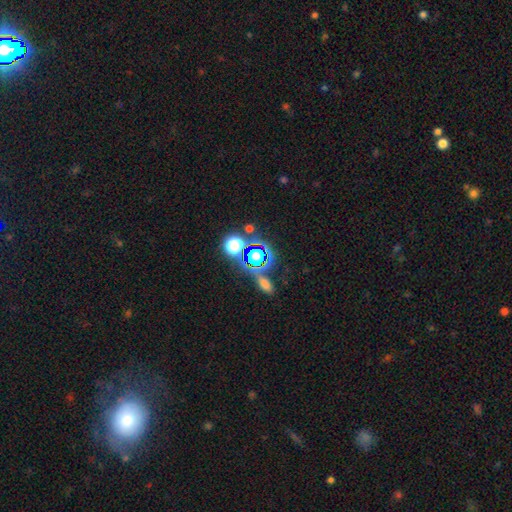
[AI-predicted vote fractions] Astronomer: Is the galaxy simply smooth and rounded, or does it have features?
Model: star or artifact — 54% (runner-up: smooth, 34%).